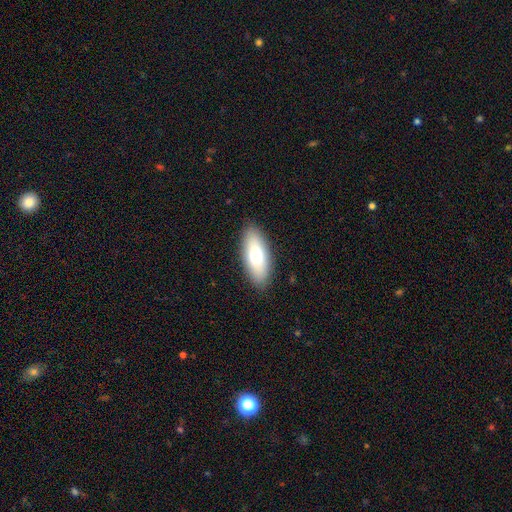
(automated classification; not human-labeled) smooth-or-featured: smooth: 74% | featured or disk: 19% | star or artifact: 7%
  how-rounded: in between: 80% | cigar-shaped: 18% | round: 2%
  merging: none: 88% | minor disturbance: 9% | major disturbance: 2% | merger: 1%